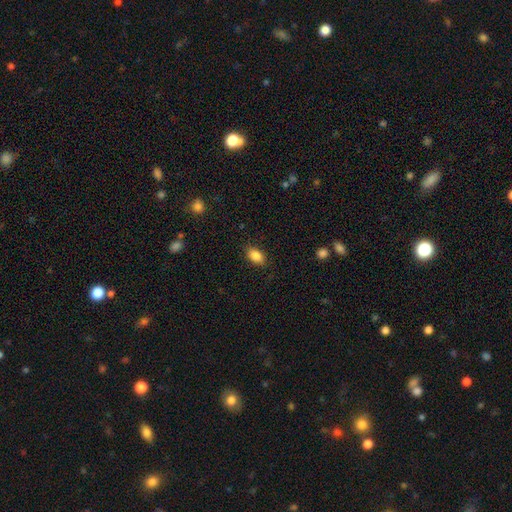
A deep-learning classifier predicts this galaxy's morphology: smooth_or_featured: smooth (p=0.87) [alt: star or artifact p=0.08]
how_rounded: in between (p=0.89) [alt: round p=0.08]
merging: none (p=0.86) [alt: minor disturbance p=0.10]